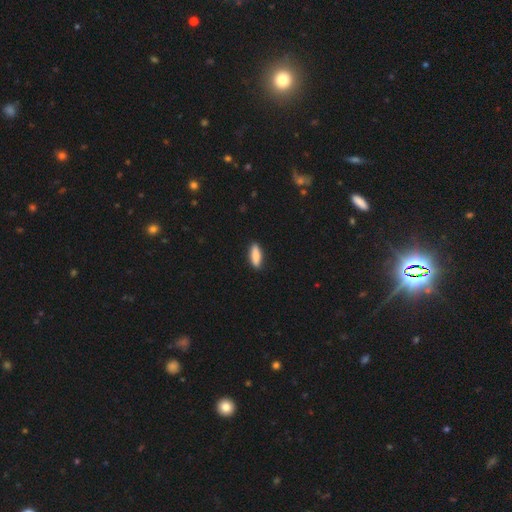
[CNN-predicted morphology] Q: Smooth or featured?
A: smooth (84%); runner-up: featured or disk (10%)
Q: How rounded?
A: in between (56%); runner-up: cigar-shaped (42%)
Q: Merging?
A: none (89%); runner-up: minor disturbance (8%)